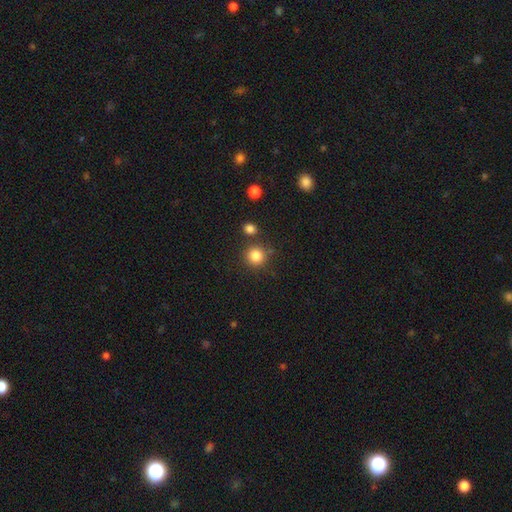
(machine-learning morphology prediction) Q: Smooth or featured?
A: smooth (84%); runner-up: star or artifact (11%)
Q: How rounded?
A: round (93%); runner-up: in between (6%)
Q: Merging?
A: none (80%); runner-up: minor disturbance (8%)